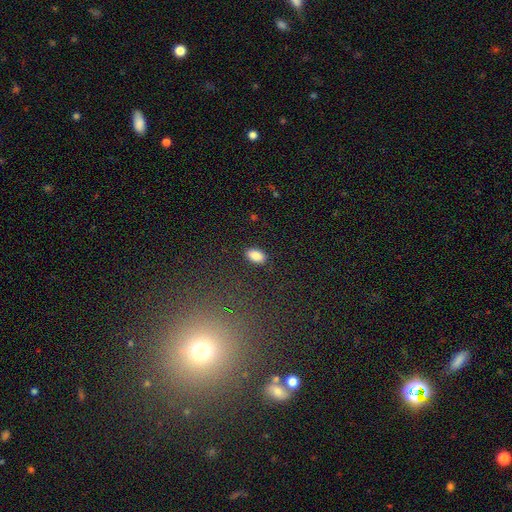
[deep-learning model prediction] This is clearly a smooth galaxy (86%). How rounded: clearly in between (93%). Merging: clearly none (87%).